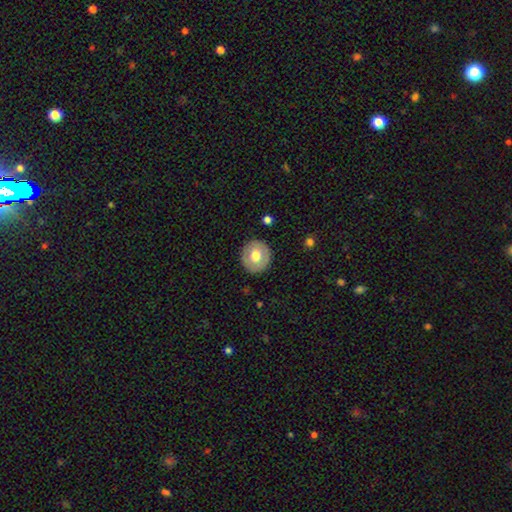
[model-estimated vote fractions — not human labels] smooth 66%, featured or disk 27%, star or artifact 7%. Down the decision tree: how rounded — round (89%); merging — none (89%).